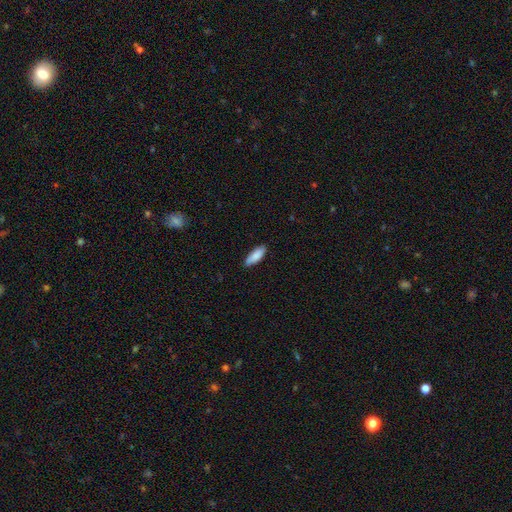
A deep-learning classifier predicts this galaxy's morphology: Smooth or featured: smooth — 86% (featured or disk — 8%)
How rounded: in between — 68% (cigar-shaped — 30%)
Merging: none — 83% (minor disturbance — 14%)